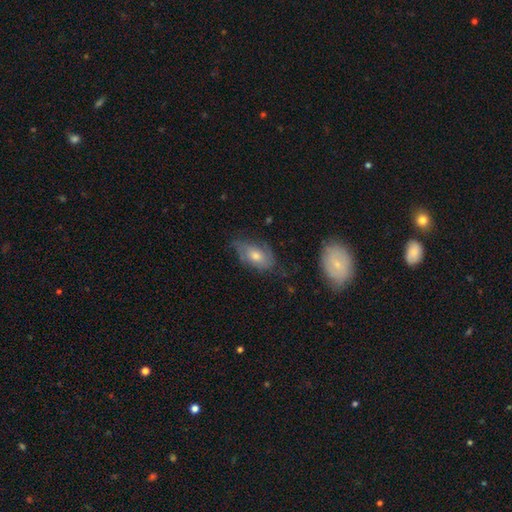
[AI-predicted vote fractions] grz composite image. It shows a featured or disk galaxy (48%). Merging: none (57%).